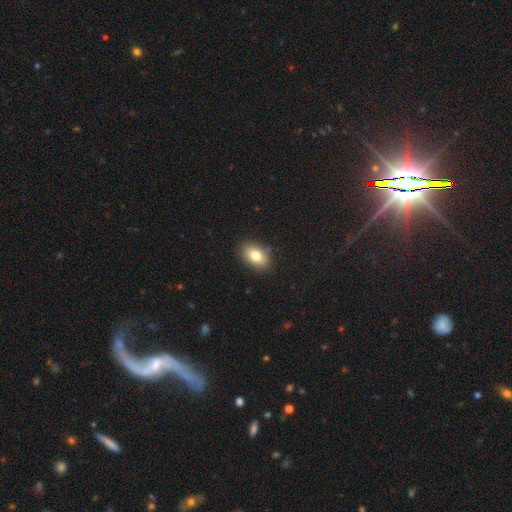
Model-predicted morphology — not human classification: Overall: smooth (80%). How rounded: in between (86%). Merging: none (86%).